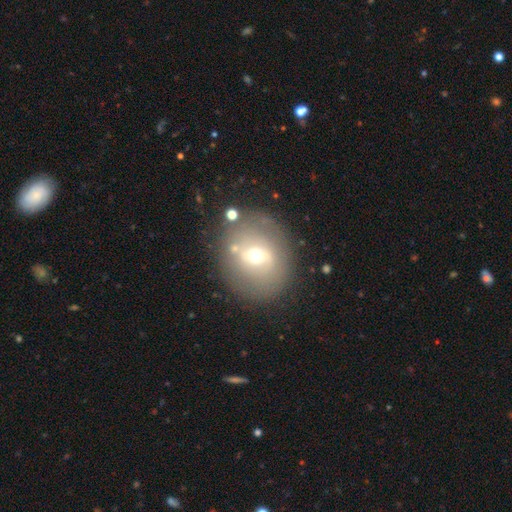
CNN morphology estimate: Overall: featured or disk (45%; smooth 44%). Merging: none (76%).